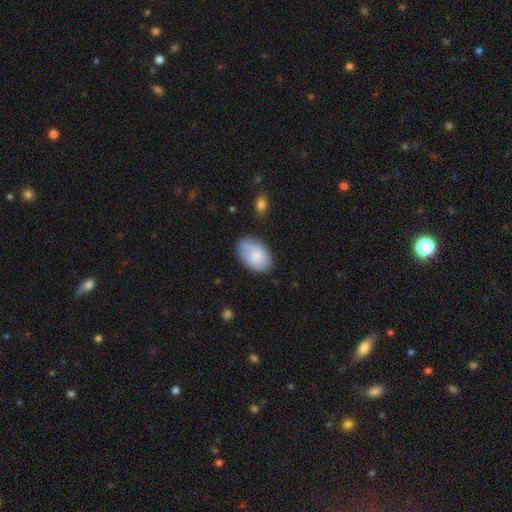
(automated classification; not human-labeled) smooth_or_featured: smooth (p=0.70) [alt: featured or disk p=0.23]
how_rounded: in between (p=0.86) [alt: round p=0.13]
merging: none (p=0.68) [alt: minor disturbance p=0.23]